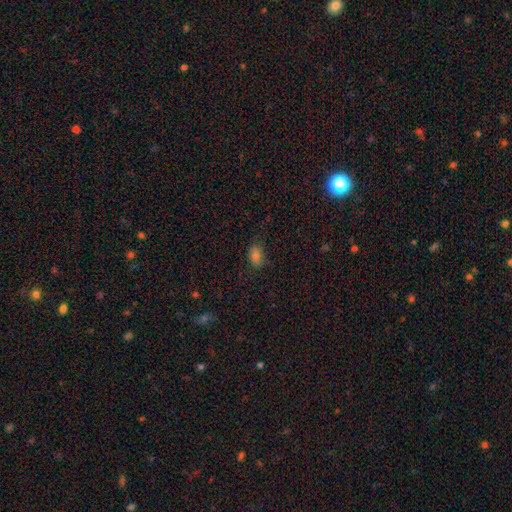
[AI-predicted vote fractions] Smooth or featured?
  - smooth: 75% *
  - star or artifact: 18%
  - featured or disk: 7%
How rounded?
  - in between: 81% *
  - round: 17%
  - cigar-shaped: 2%
Merging?
  - none: 74% *
  - minor disturbance: 19%
  - major disturbance: 5%
  - merger: 2%